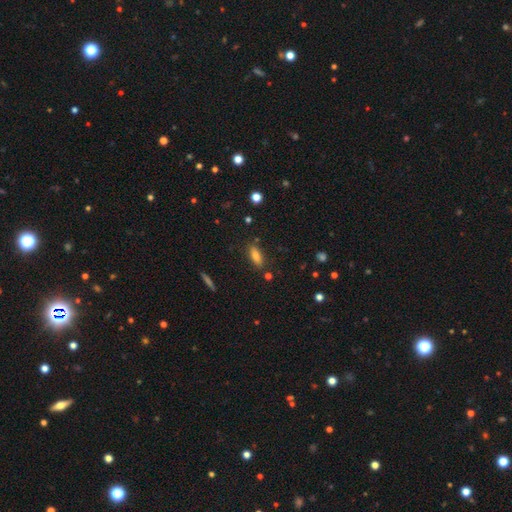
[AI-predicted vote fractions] Overall: smooth (82%). How rounded: in between (72%). Merging: none (81%).